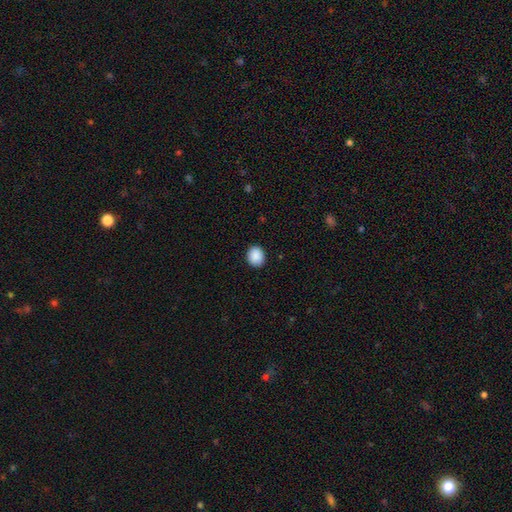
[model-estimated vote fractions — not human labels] Morphology: type=smooth (90%); roundness=round (66%); merging=none (89%).